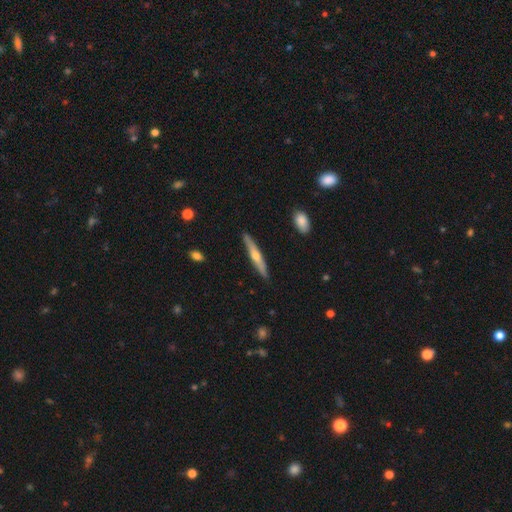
This is likely a featured or disk galaxy (76%). It is clearly viewed edge-on (89%). Edge-on bulge: clearly rounded (84%). Merging: likely none (78%).